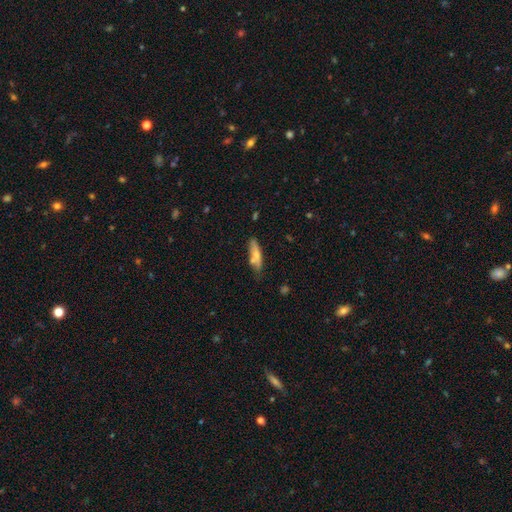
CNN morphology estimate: smooth-or-featured: smooth: 69% | featured or disk: 25% | star or artifact: 6%
  how-rounded: cigar-shaped: 69% | in between: 29% | round: 2%
  merging: none: 67% | minor disturbance: 19% | merger: 9% | major disturbance: 4%